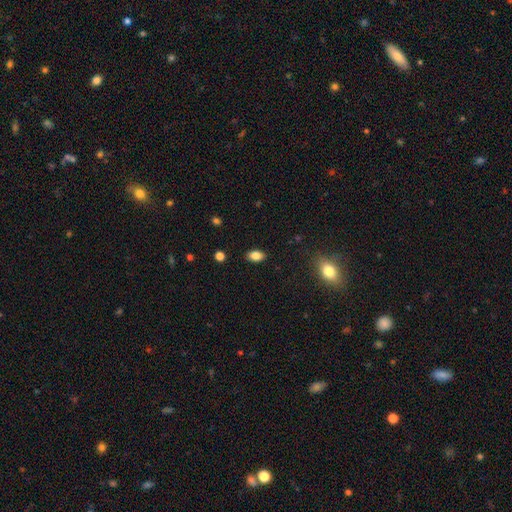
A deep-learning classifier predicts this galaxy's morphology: Overall: smooth (83%). How rounded: in between (87%). Merging: none (88%).